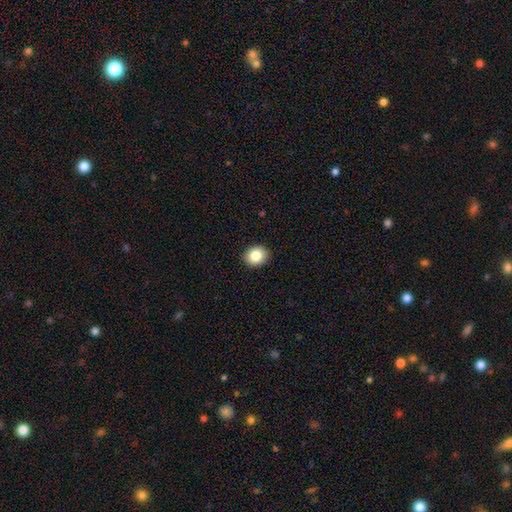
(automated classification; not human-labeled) Smooth or featured?
  - smooth: 84% *
  - star or artifact: 9%
  - featured or disk: 7%
How rounded?
  - round: 59% *
  - in between: 40%
  - cigar-shaped: 1%
Merging?
  - none: 91% *
  - minor disturbance: 7%
  - major disturbance: 2%
  - merger: 1%